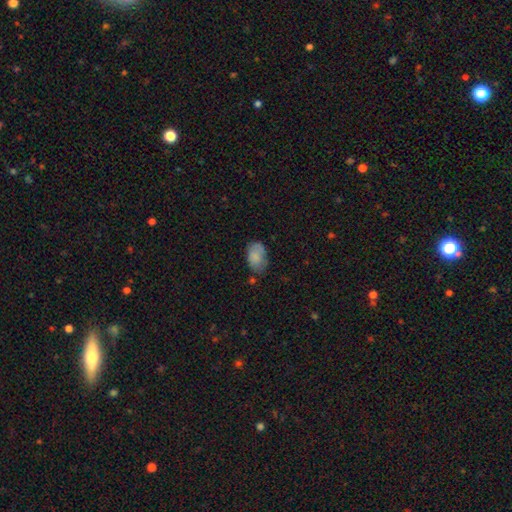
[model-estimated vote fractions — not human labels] Smooth or featured? smooth (80%)
How rounded? in between (91%)
Merging? none (62%)